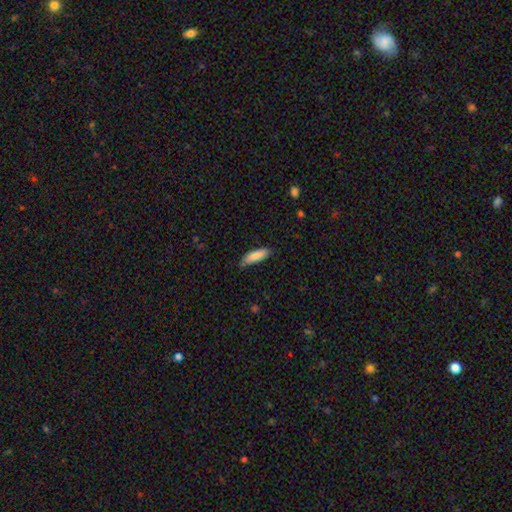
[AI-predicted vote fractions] The model was most divided on "how rounded": cigar-shaped: 53%, in between: 45%, round: 1%. More confident: smooth or featured — smooth (86%); merging — none (72%).